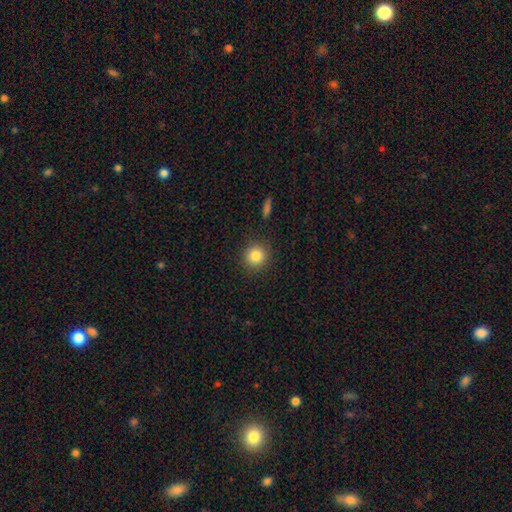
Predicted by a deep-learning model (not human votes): smooth 83%, star or artifact 10%, featured or disk 6%. Down the decision tree: how rounded — round (92%); merging — none (90%).